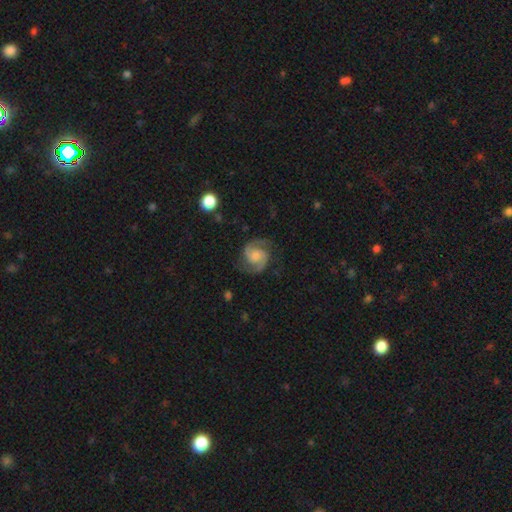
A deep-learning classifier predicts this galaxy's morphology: Smooth or featured? featured or disk (87%)
Edge-on disk? no (98%)
Bar? no (58%)
Spiral arms? yes (98%)
Spiral winding? medium (57%)
Spiral arm count? 2 (93%)
Bulge size? moderate (37%)
Merging? none (79%)